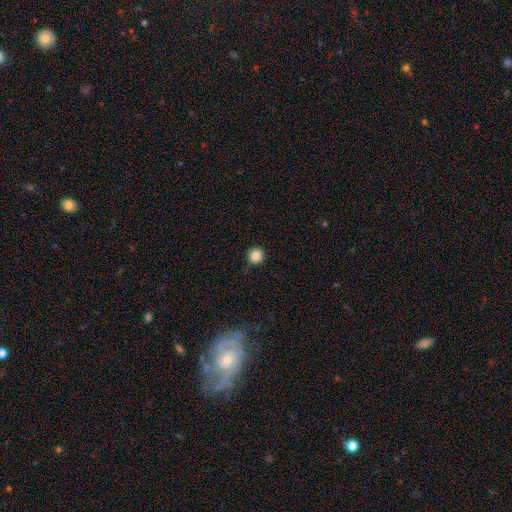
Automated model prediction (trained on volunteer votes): Smooth or featured?
  - smooth: 86% *
  - star or artifact: 10%
  - featured or disk: 4%
How rounded?
  - round: 95% *
  - in between: 4%
  - cigar-shaped: 1%
Merging?
  - none: 88% *
  - minor disturbance: 8%
  - major disturbance: 2%
  - merger: 1%